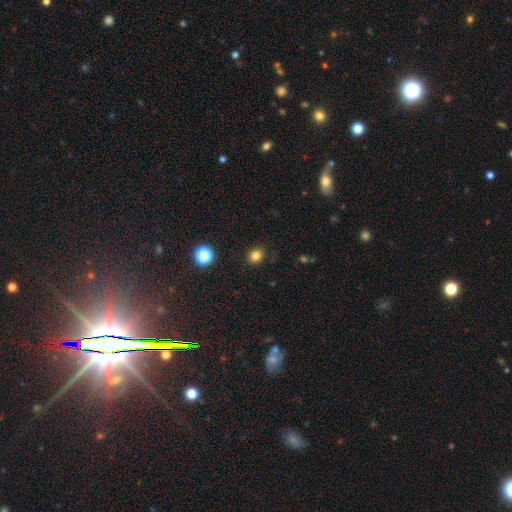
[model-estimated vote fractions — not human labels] Smooth or featured?
  - smooth: 81% *
  - star or artifact: 14%
  - featured or disk: 5%
How rounded?
  - round: 60% *
  - in between: 39%
  - cigar-shaped: 1%
Merging?
  - none: 88% *
  - minor disturbance: 9%
  - major disturbance: 2%
  - merger: 1%